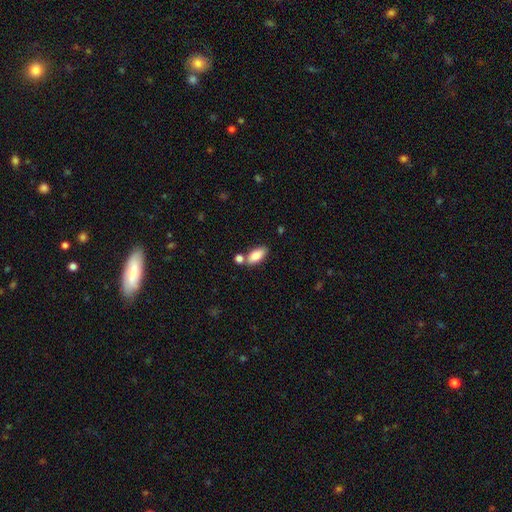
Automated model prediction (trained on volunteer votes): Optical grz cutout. It shows a smooth galaxy with no disk features (81%) that is in between round and cigar-shaped (87%). Merging: none (67%).